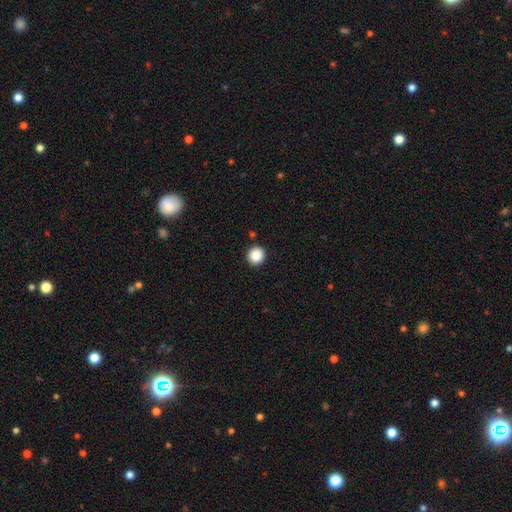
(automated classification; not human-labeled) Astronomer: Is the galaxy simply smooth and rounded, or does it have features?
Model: smooth — 88%.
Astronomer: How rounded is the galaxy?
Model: round — 92%.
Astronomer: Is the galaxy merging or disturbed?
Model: none — 92%.